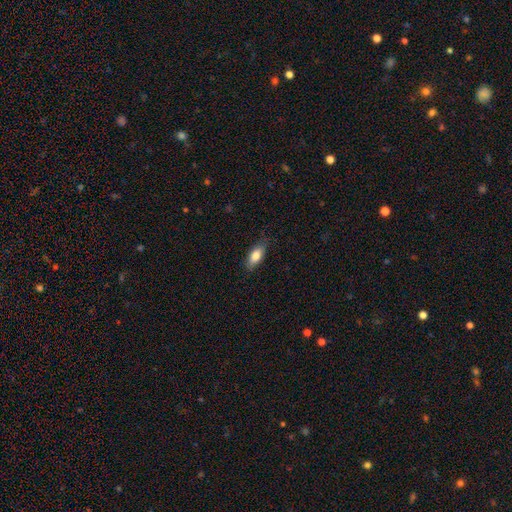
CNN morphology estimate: smooth-or-featured: smooth: 79% | featured or disk: 15% | star or artifact: 7%
  how-rounded: in between: 80% | cigar-shaped: 17% | round: 3%
  merging: none: 80% | minor disturbance: 16% | major disturbance: 3% | merger: 1%